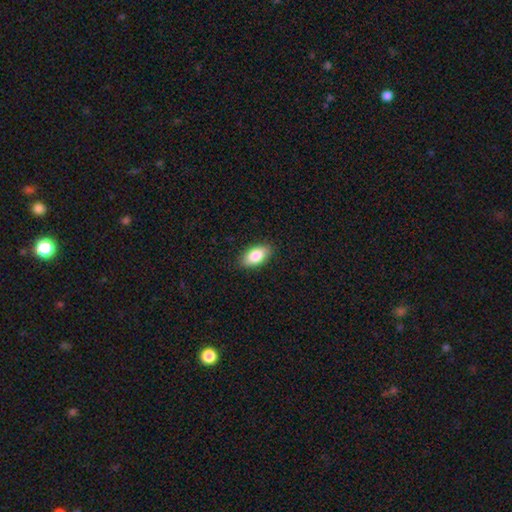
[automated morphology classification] Smooth or featured? smooth (83%)
How rounded? in between (93%)
Merging? none (88%)